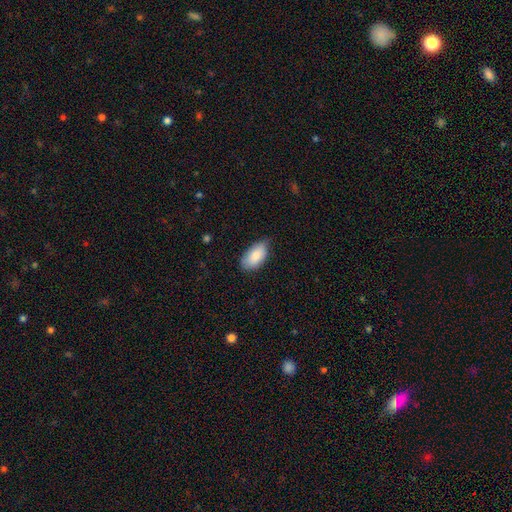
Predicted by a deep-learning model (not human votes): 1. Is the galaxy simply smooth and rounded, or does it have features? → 83% smooth, 10% featured or disk, 7% star or artifact.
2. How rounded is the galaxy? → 94% in between, 4% round, 2% cigar-shaped.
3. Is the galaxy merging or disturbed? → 67% none, 28% minor disturbance, 4% major disturbance, 1% merger.